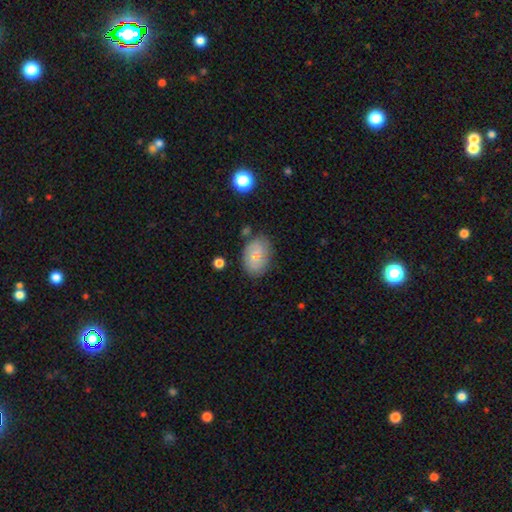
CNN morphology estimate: Overall: smooth (63%; featured or disk 28%). How rounded: in between (86%). Merging: none (74%).